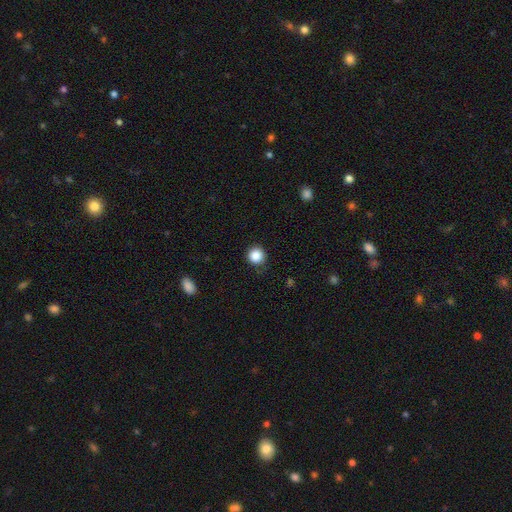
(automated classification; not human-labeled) Overall: smooth (87%). How rounded: round (93%). Merging: none (83%).